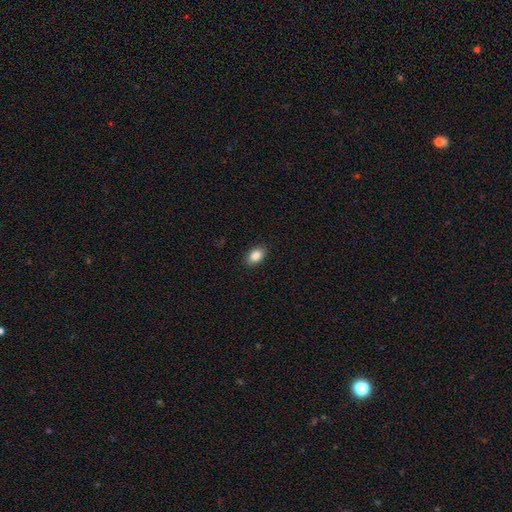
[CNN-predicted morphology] smooth 87%, star or artifact 8%, featured or disk 5%. Down the decision tree: how rounded — in between (88%); merging — none (89%).